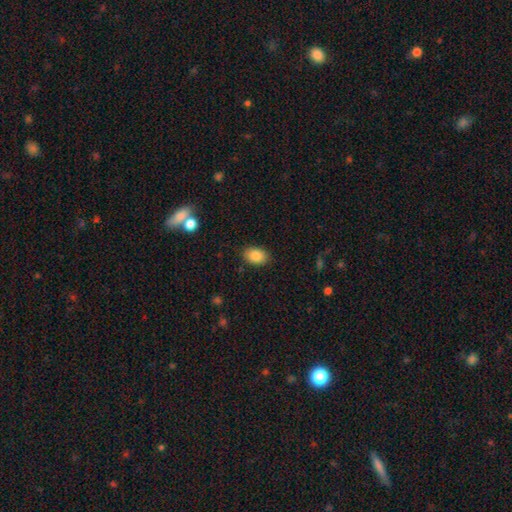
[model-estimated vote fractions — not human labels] A smooth galaxy with no disk features (86%) that is in between round and cigar-shaped (85%). Merging: none (86%).